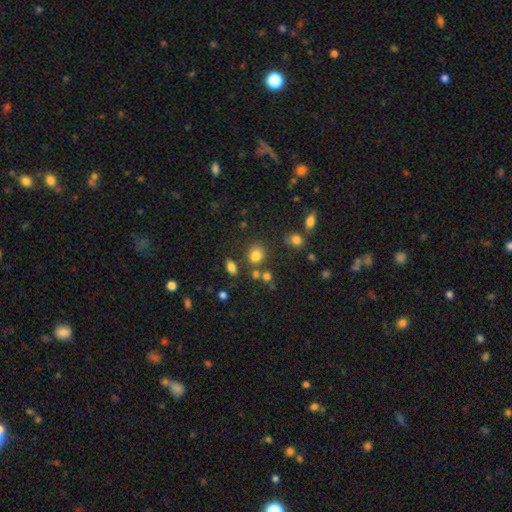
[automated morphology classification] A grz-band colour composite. It shows a smooth galaxy with no disk features (79%) that is round (62%). Merging: none (72%).